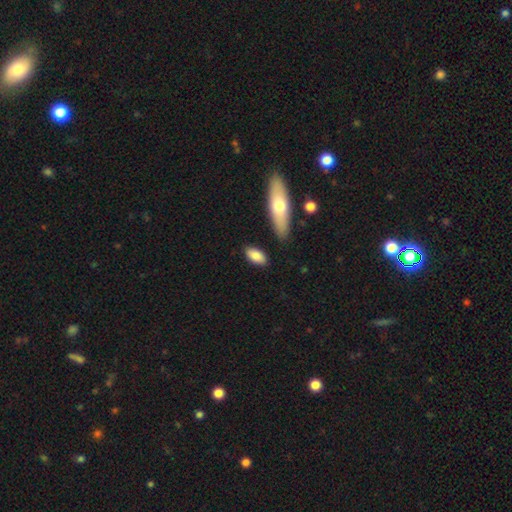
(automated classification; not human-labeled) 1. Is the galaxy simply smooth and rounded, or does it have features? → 85% smooth, 9% featured or disk, 6% star or artifact.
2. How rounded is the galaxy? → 88% in between, 9% cigar-shaped, 3% round.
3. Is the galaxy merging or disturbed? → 82% none, 12% minor disturbance, 3% merger, 3% major disturbance.